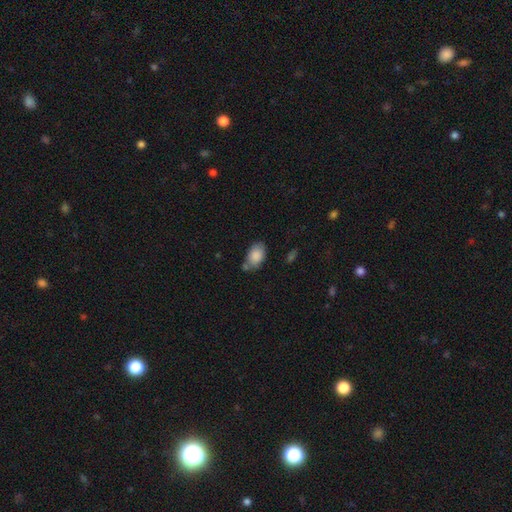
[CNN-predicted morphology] smooth_or_featured: smooth (p=0.86) [alt: star or artifact p=0.07]
how_rounded: in between (p=0.90) [alt: round p=0.09]
merging: none (p=0.61) [alt: minor disturbance p=0.22]